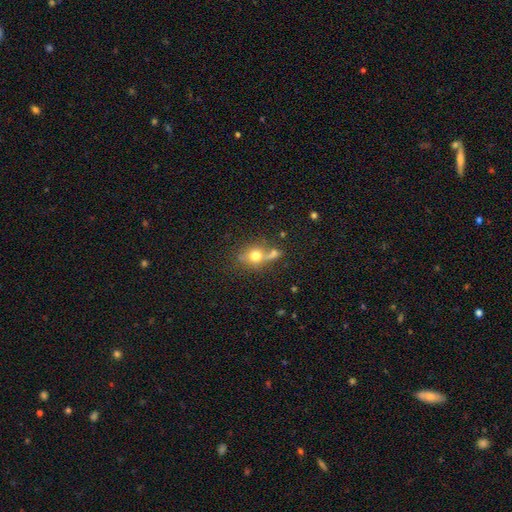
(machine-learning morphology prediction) type=smooth (64%); roundness=round (57%); merging=none (46%).